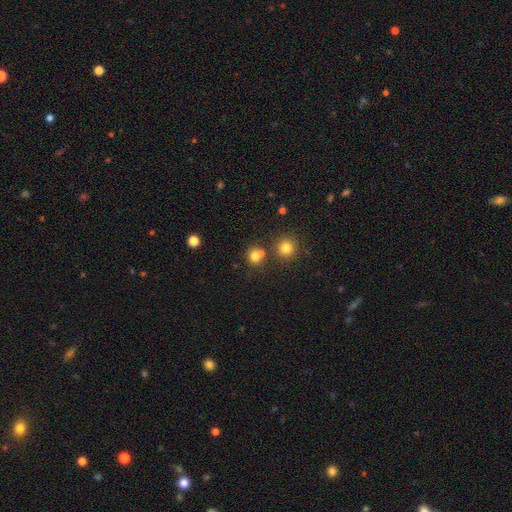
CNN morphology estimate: smooth 76%, star or artifact 16%, featured or disk 8%. Down the decision tree: how rounded — round (87%); merging — none (62%).